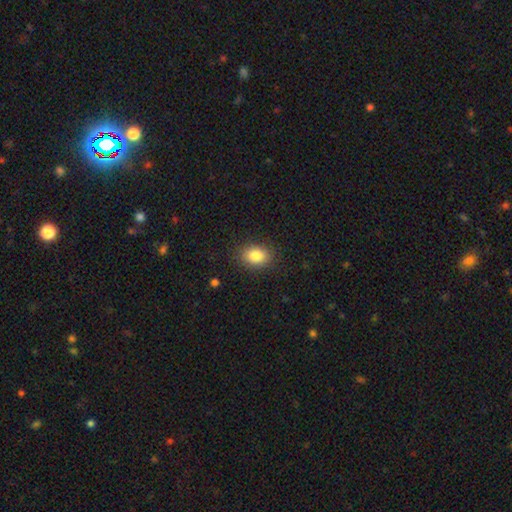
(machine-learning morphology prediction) This is clearly a smooth galaxy (84%). How rounded: likely in between (72%). Merging: clearly none (86%).